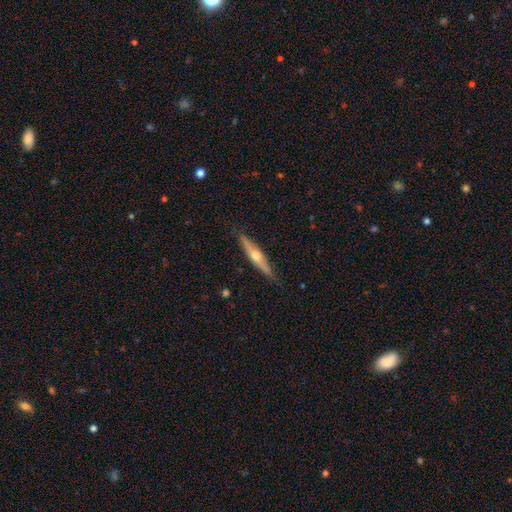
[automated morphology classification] The model was most divided on "smooth or featured": featured or disk: 65%, smooth: 29%, star or artifact: 6%. More confident: edge-on disk — yes (94%); edge-on bulge — rounded (90%); merging — none (85%).